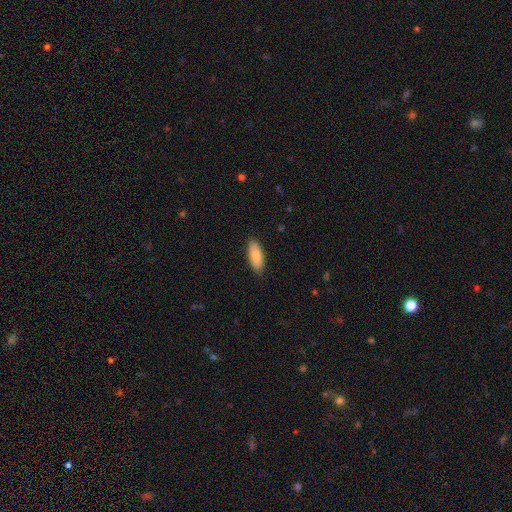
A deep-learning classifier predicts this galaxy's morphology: This appears to be a smooth galaxy with no disk features (82%) that is in between round and cigar-shaped (77%). Merging: none (86%).